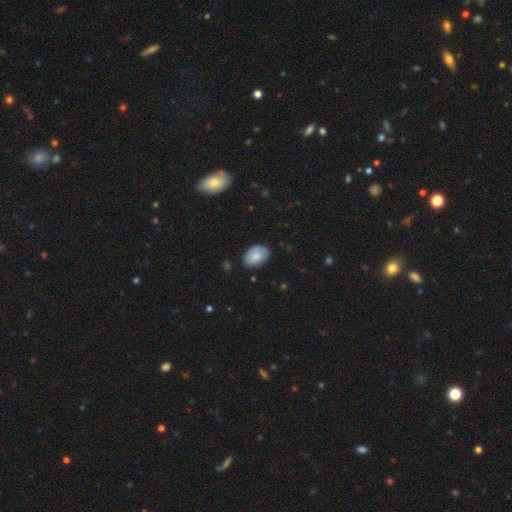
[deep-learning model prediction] Q: Smooth or featured?
A: smooth (78%); runner-up: featured or disk (15%)
Q: How rounded?
A: in between (84%); runner-up: round (15%)
Q: Merging?
A: none (76%); runner-up: minor disturbance (19%)